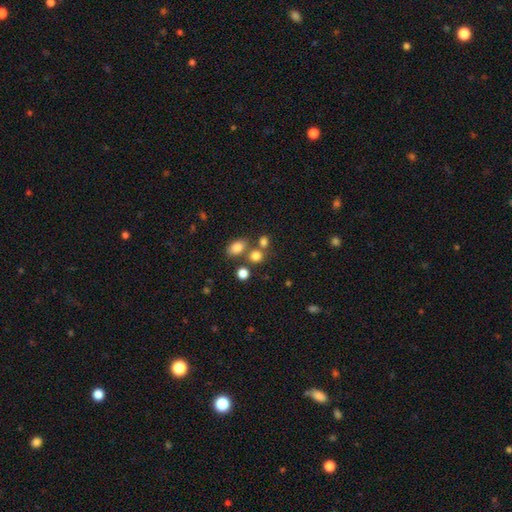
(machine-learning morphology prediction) type=smooth (77%); roundness=round (70%); merging=none (60%).